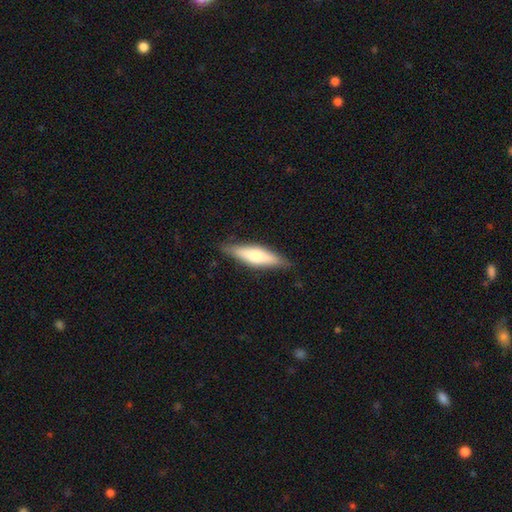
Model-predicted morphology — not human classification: smooth 54%, featured or disk 41%, star or artifact 6%. Down the decision tree: how rounded — cigar-shaped (68%); merging — none (85%).